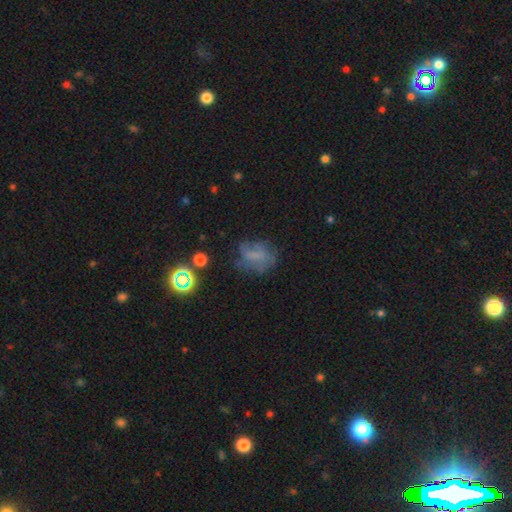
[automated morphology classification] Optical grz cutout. It shows a smooth galaxy with no disk features (46%). Merging: none (49%).